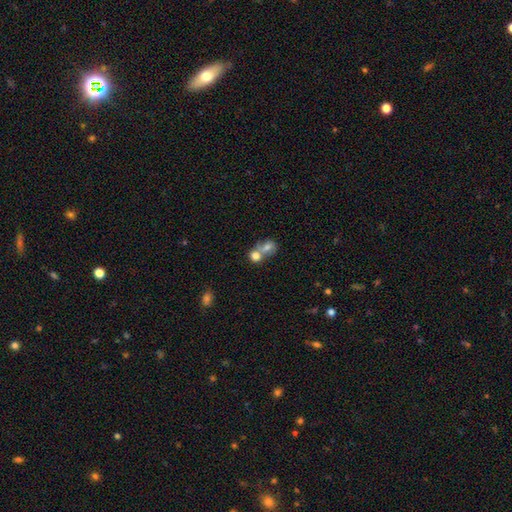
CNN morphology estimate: A smooth galaxy with no disk features (75%) that is round (63%). Merging: merger (65%).